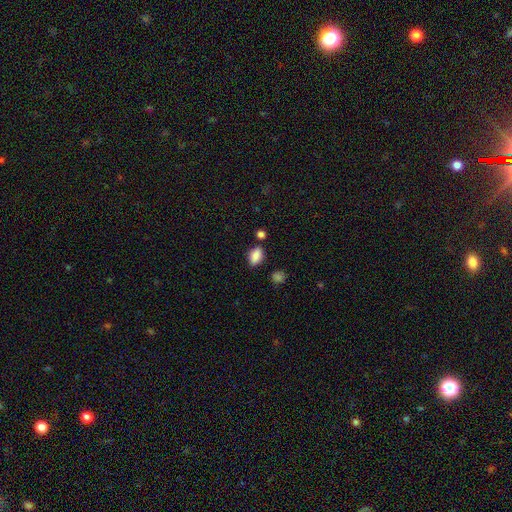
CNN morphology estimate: smooth 87%, star or artifact 9%, featured or disk 4%. Down the decision tree: how rounded — in between (84%); merging — none (74%).